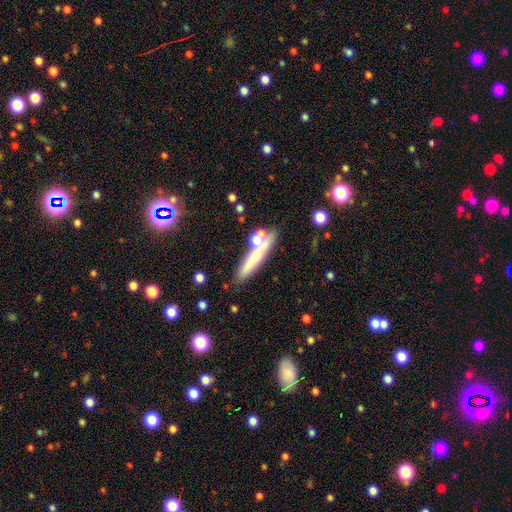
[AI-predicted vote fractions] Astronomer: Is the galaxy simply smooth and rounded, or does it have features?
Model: smooth — 57%.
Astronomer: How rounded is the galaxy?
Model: cigar-shaped — 83%.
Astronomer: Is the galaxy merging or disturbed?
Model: none — 67%.